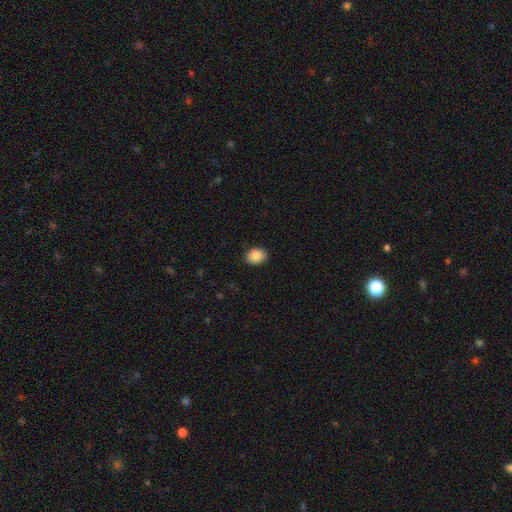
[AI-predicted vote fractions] A smooth galaxy with no disk features (87%) that is in between round and cigar-shaped (56%). Merging: none (89%).